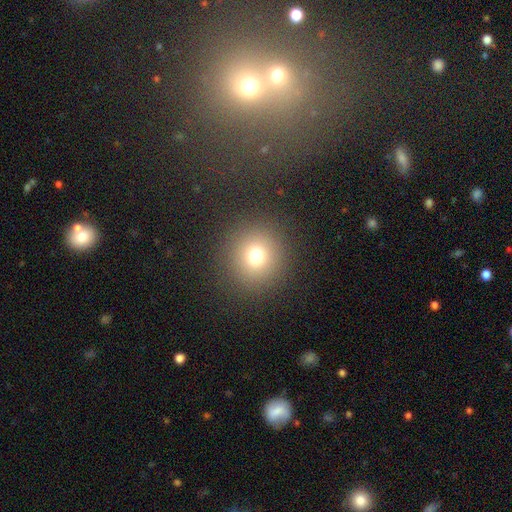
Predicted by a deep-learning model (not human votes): Smooth or featured? smooth (73%)
How rounded? round (94%)
Merging? none (90%)